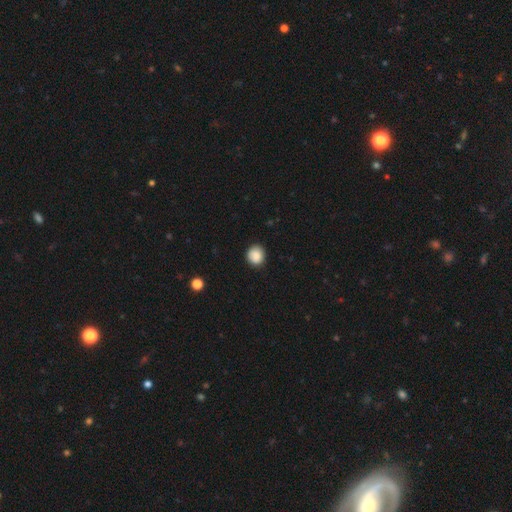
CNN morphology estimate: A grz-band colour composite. It shows a smooth galaxy with no disk features (87%) that is round (82%). Merging: none (86%).